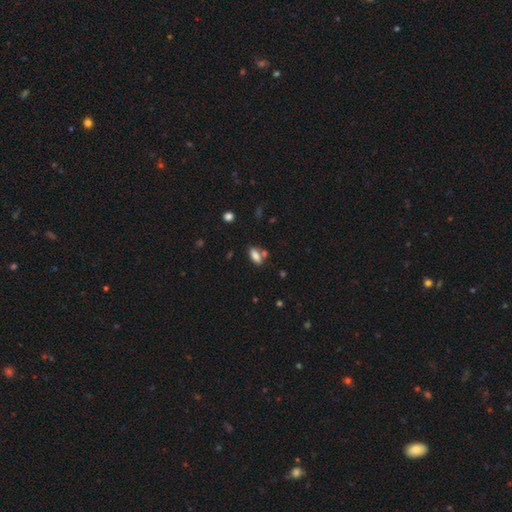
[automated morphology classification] A smooth galaxy with no disk features (81%) that is in between round and cigar-shaped (84%). Merging: none (63%).